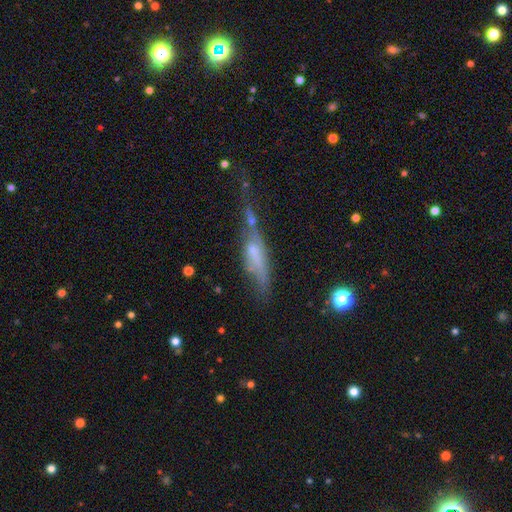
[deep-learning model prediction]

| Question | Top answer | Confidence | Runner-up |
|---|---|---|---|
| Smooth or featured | featured or disk | 54% | smooth (33%) |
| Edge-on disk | yes | 70% | no (30%) |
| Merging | none | 34% | major disturbance (28%) |